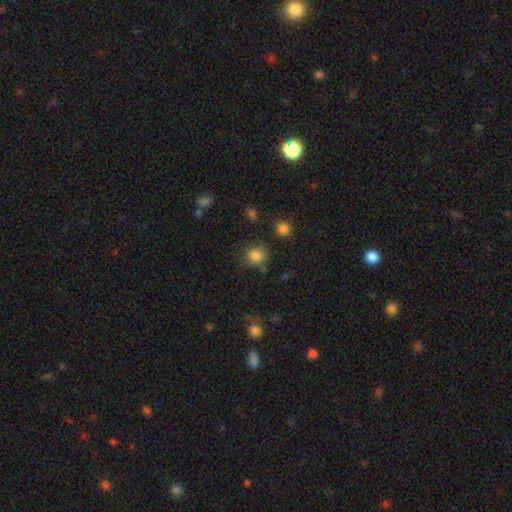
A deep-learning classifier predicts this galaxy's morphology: Smooth or featured? Predicted: smooth (p=0.83). How rounded? Predicted: round (p=0.83). Merging? Predicted: none (p=0.76).